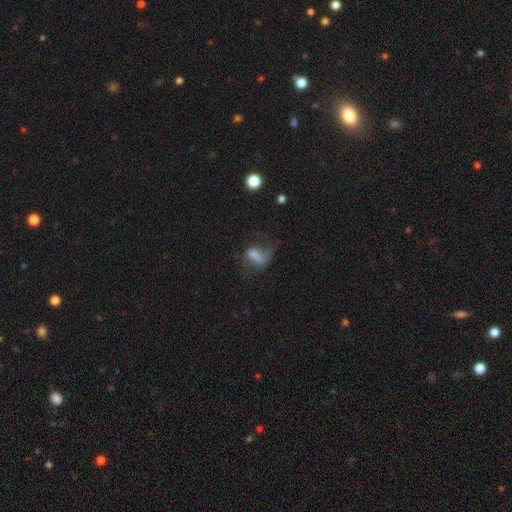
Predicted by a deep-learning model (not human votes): smooth 50%, featured or disk 37%, star or artifact 13%. Down the decision tree: merging — major disturbance (44%).